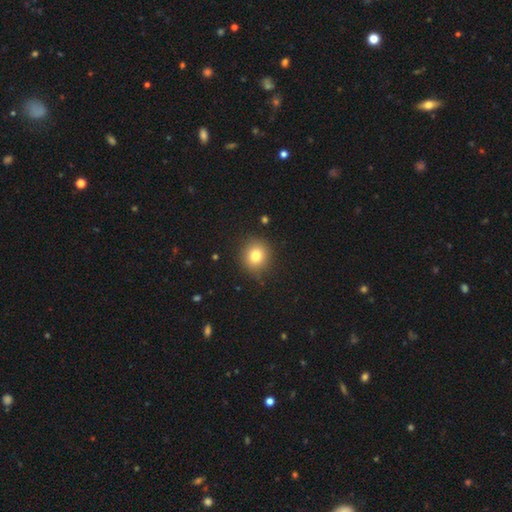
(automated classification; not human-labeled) This appears to be a smooth galaxy with no disk features (79%) that is round (86%). Merging: none (88%).